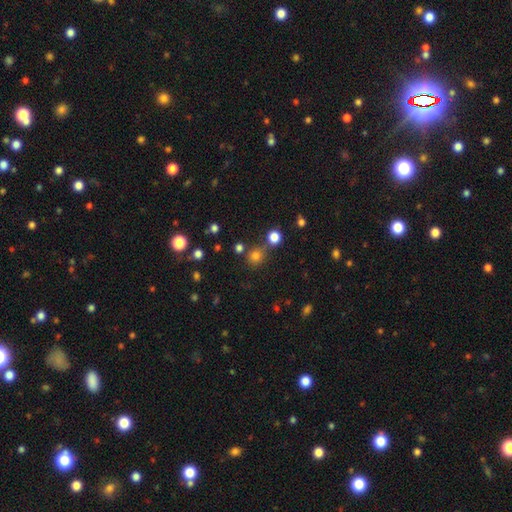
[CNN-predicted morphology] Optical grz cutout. It shows a smooth galaxy with no disk features (75%) that is round (89%). Merging: none (70%).